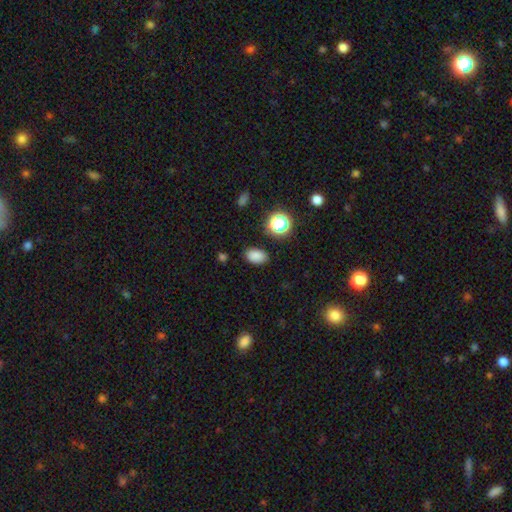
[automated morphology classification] This appears to be a smooth galaxy with no disk features (82%) that is in between round and cigar-shaped (85%). Merging: none (85%).